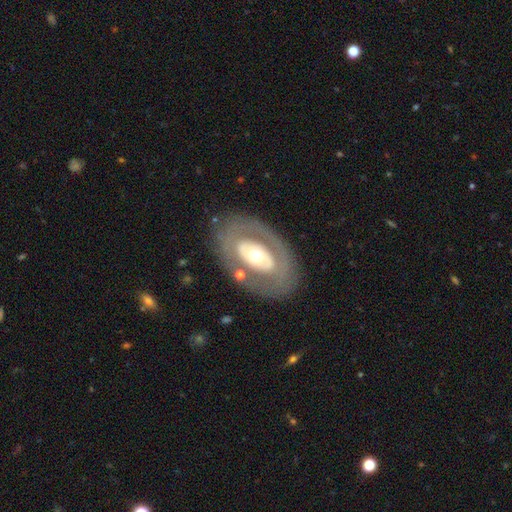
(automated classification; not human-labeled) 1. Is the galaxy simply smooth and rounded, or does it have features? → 64% featured or disk, 31% smooth, 5% star or artifact.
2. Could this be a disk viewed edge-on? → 91% no, 9% yes.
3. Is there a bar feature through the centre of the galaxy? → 81% no, 12% weak, 7% strong.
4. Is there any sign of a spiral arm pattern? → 84% no, 16% yes.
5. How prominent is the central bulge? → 66% moderate, 19% large, 12% small, 2% dominant, 1% none.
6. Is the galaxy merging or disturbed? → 78% none, 12% minor disturbance, 7% major disturbance, 2% merger.